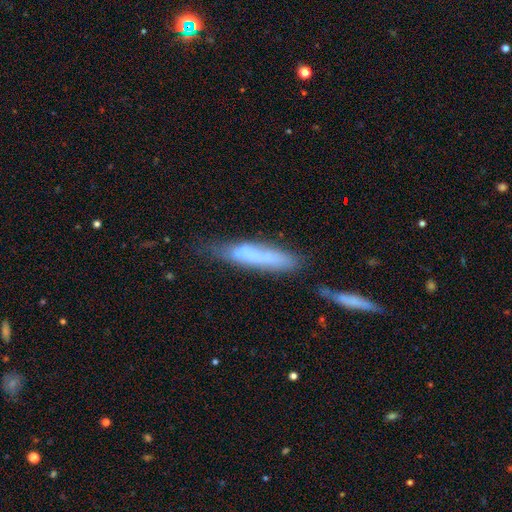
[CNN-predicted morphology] type=smooth (57%); roundness=cigar-shaped (84%); merging=none (51%).